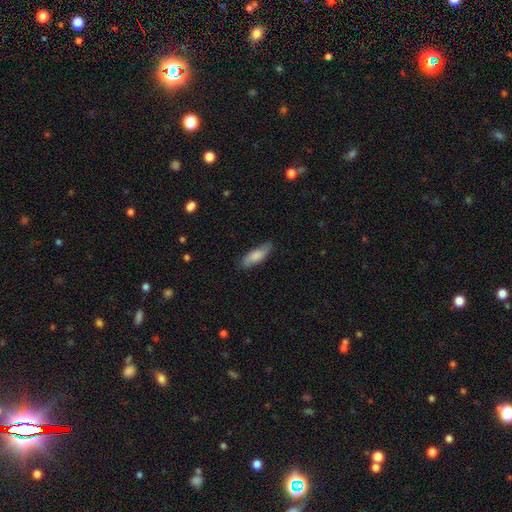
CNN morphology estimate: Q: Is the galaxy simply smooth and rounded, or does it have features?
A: smooth — 82%.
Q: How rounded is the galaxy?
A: in between — 59%.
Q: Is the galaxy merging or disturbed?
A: none — 82%.